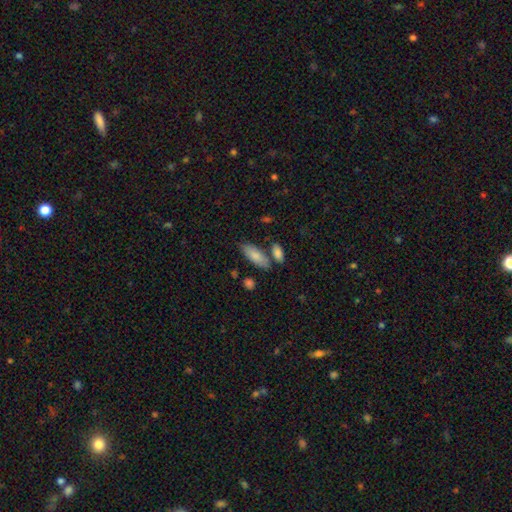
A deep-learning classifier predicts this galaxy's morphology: smooth-or-featured: smooth: 85% | featured or disk: 10% | star or artifact: 6%
  how-rounded: in between: 77% | cigar-shaped: 20% | round: 2%
  merging: none: 71% | minor disturbance: 13% | merger: 13% | major disturbance: 3%